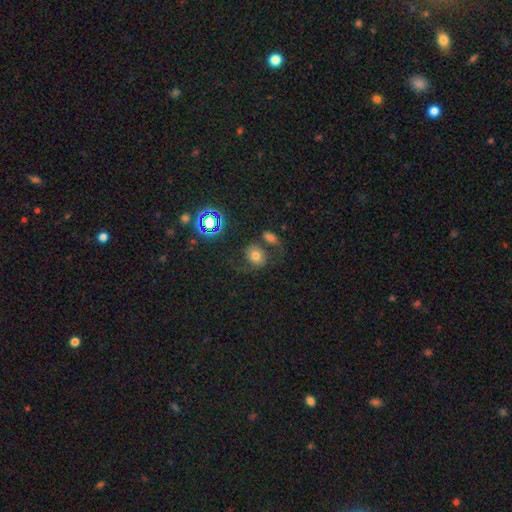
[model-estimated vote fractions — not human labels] Smooth or featured? Predicted: smooth (p=0.53). How rounded? Predicted: round (p=0.65). Merging? Predicted: none (p=0.51).